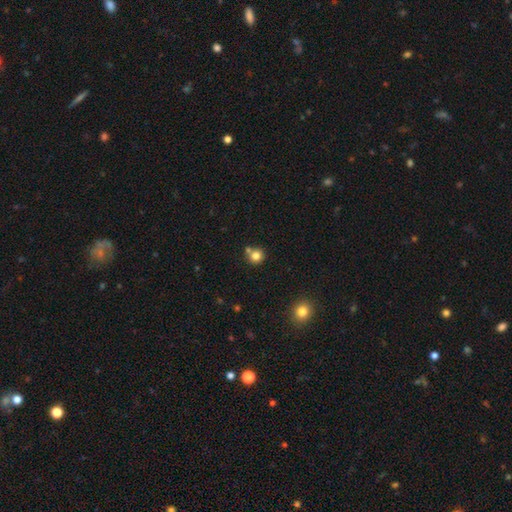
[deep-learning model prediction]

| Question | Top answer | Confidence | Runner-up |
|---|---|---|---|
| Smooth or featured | smooth | 80% | star or artifact (12%) |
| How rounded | round | 92% | in between (7%) |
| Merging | none | 67% | merger (21%) |